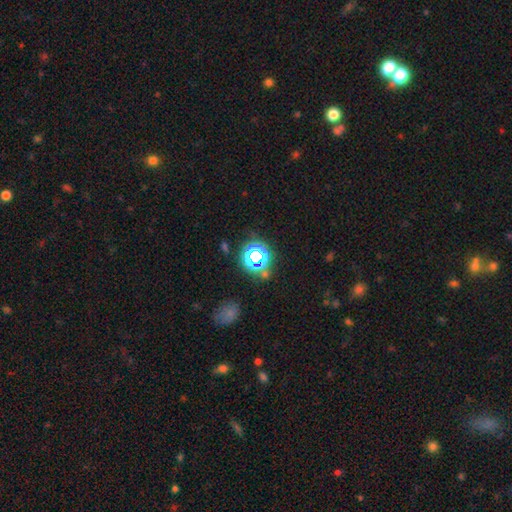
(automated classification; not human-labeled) smooth_or_featured: star or artifact (p=0.65) [alt: smooth p=0.27]